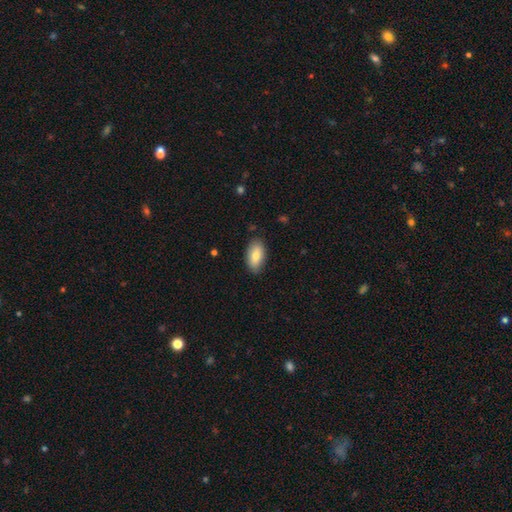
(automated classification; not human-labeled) This is likely a smooth galaxy (79%). How rounded: clearly in between (92%). Merging: clearly none (85%).